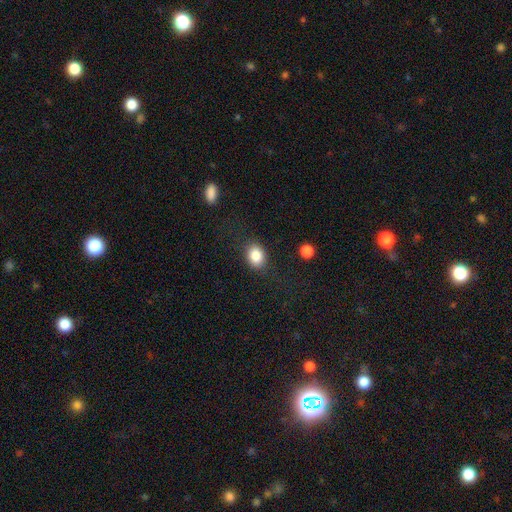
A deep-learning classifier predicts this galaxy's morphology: smooth_or_featured: smooth (p=0.86) [alt: star or artifact p=0.08]
how_rounded: in between (p=0.62) [alt: round p=0.37]
merging: none (p=0.83) [alt: minor disturbance p=0.11]